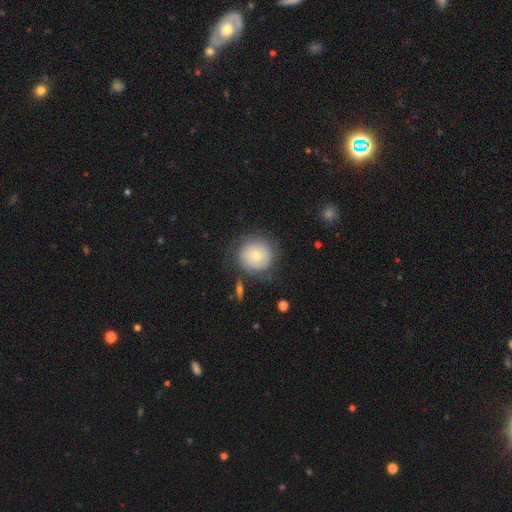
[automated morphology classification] smooth-or-featured: smooth: 62% | featured or disk: 30% | star or artifact: 8%
  how-rounded: round: 91% | in between: 8% | cigar-shaped: 1%
  merging: none: 72% | minor disturbance: 17% | major disturbance: 9% | merger: 3%